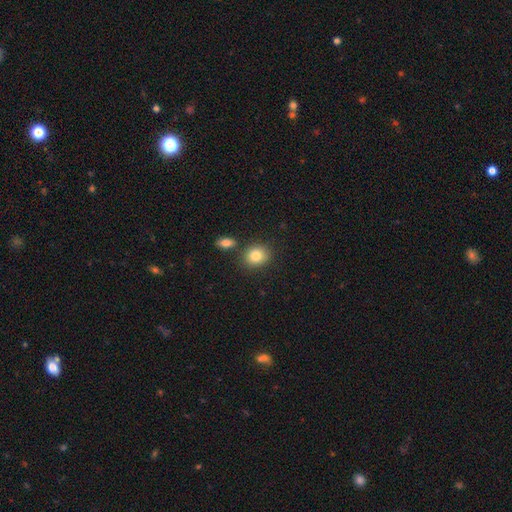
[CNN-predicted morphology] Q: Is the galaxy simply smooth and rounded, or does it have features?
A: smooth — 83%.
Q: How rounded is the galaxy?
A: round — 65%.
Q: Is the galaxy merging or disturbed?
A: none — 78%.